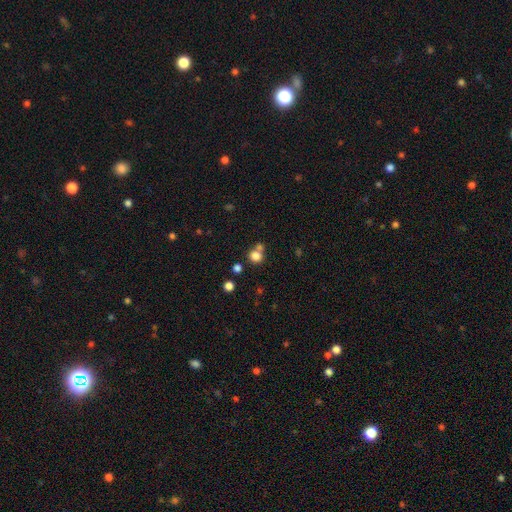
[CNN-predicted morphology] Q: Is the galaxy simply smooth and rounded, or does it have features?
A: smooth — 80%.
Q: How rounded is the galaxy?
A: round — 87%.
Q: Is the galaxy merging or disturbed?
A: none — 57%.